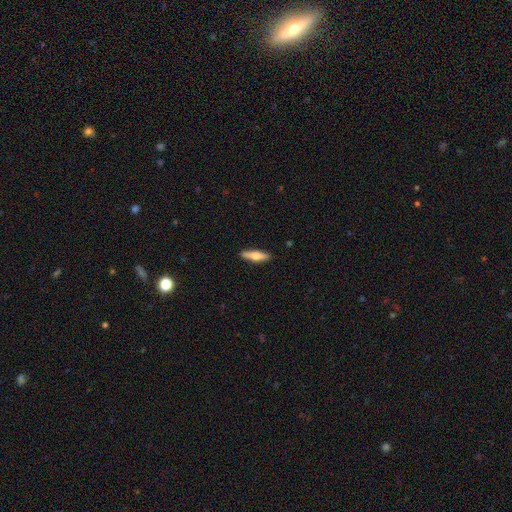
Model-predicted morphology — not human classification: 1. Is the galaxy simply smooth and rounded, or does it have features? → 52% smooth, 42% featured or disk, 6% star or artifact.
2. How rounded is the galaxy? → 72% cigar-shaped, 26% in between, 2% round.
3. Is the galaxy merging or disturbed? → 89% none, 8% minor disturbance, 2% major disturbance, 1% merger.